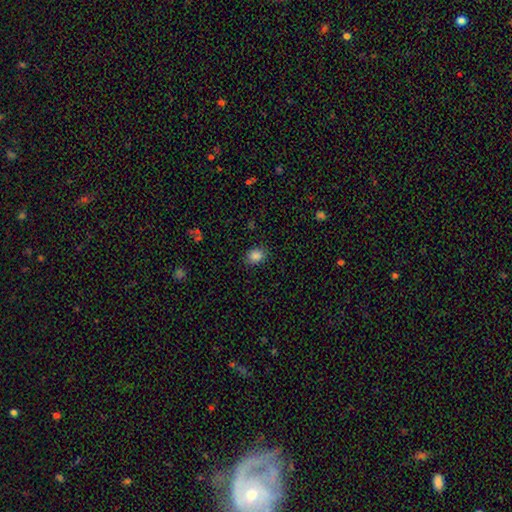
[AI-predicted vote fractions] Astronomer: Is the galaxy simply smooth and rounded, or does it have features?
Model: smooth — 86%.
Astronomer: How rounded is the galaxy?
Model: in between — 54% (runner-up: round, 45%).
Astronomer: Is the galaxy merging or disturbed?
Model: none — 87%.